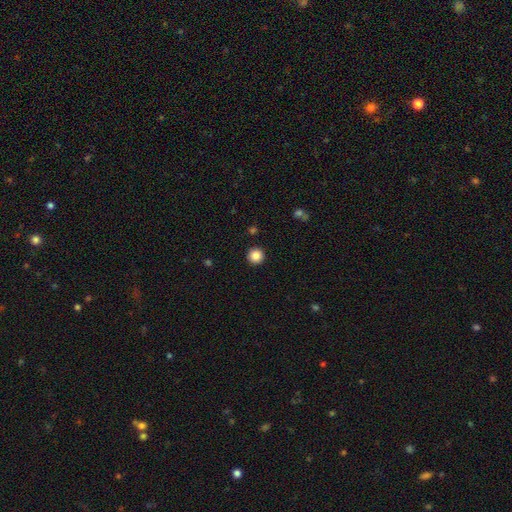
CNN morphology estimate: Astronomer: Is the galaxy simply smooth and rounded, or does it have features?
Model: smooth — 86%.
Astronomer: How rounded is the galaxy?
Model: round — 96%.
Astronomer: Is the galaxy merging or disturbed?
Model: none — 93%.